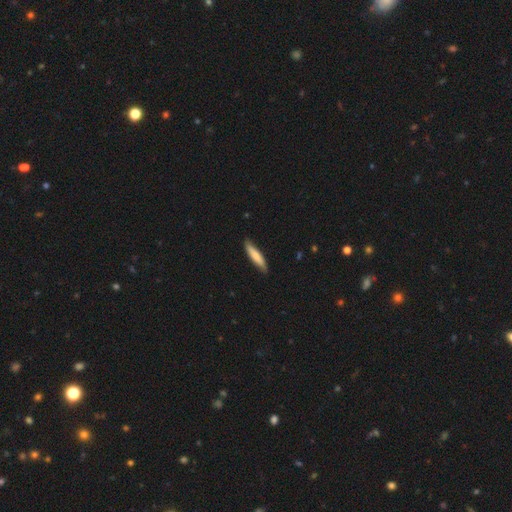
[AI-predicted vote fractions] smooth_or_featured: smooth (p=0.76) [alt: featured or disk p=0.19]
how_rounded: cigar-shaped (p=0.84) [alt: in between p=0.15]
merging: none (p=0.84) [alt: minor disturbance p=0.13]